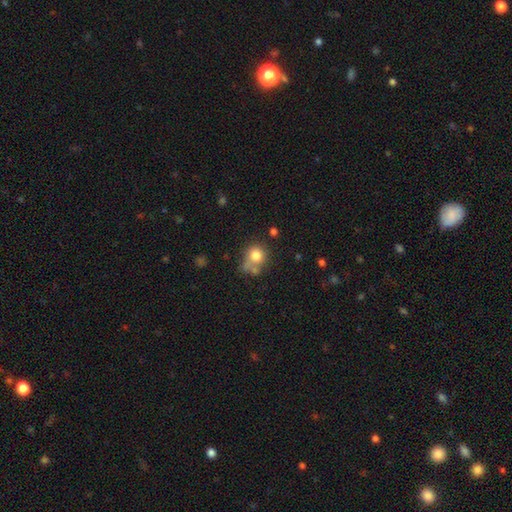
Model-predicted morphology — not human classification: Smooth or featured? smooth (78%)
How rounded? round (81%)
Merging? none (51%)